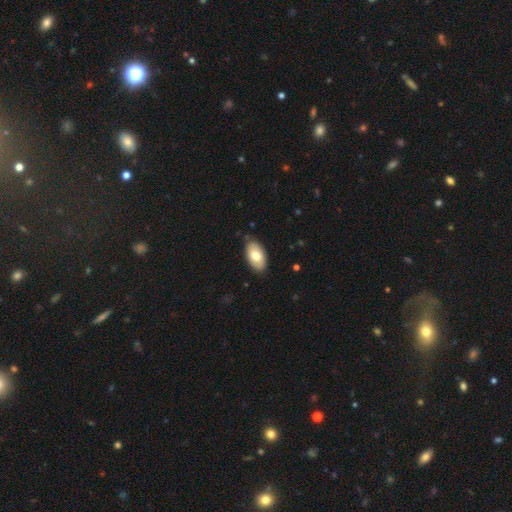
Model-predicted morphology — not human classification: Overall: smooth (75%). How rounded: in between (95%). Merging: none (83%).